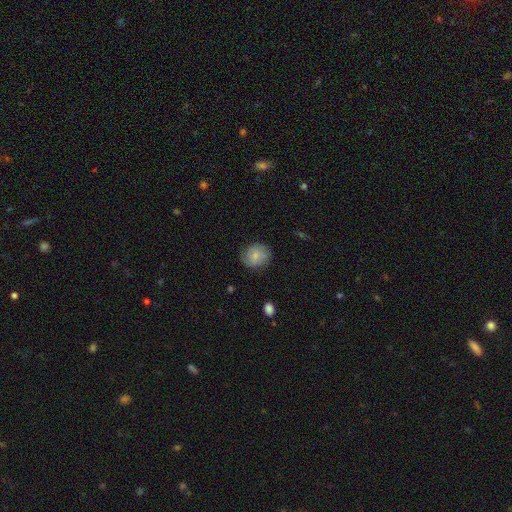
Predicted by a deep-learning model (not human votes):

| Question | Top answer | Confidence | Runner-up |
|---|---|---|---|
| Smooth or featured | smooth | 67% | featured or disk (26%) |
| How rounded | round | 75% | in between (24%) |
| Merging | none | 76% | minor disturbance (18%) |